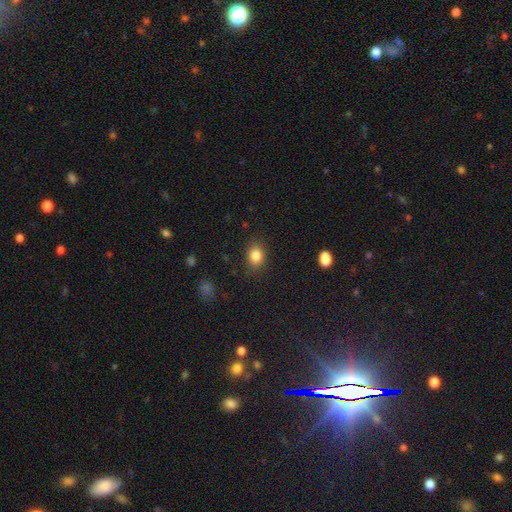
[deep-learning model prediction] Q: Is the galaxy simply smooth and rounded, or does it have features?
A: smooth — 84%.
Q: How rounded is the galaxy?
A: in between — 59%.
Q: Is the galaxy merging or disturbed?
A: none — 83%.